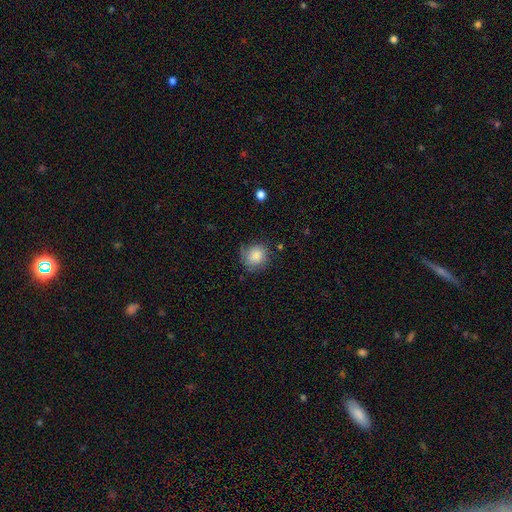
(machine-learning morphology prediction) Q: Smooth or featured?
A: smooth (82%); runner-up: featured or disk (10%)
Q: How rounded?
A: round (77%); runner-up: in between (22%)
Q: Merging?
A: none (65%); runner-up: minor disturbance (25%)